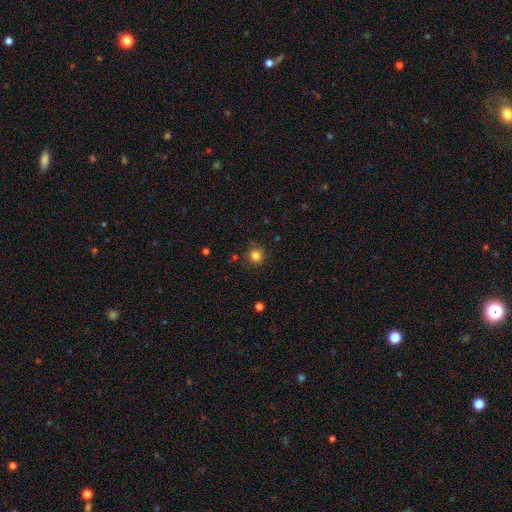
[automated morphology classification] smooth-or-featured: smooth: 83% | star or artifact: 13% | featured or disk: 5%
  how-rounded: round: 93% | in between: 6% | cigar-shaped: 1%
  merging: none: 84% | minor disturbance: 12% | major disturbance: 3% | merger: 2%